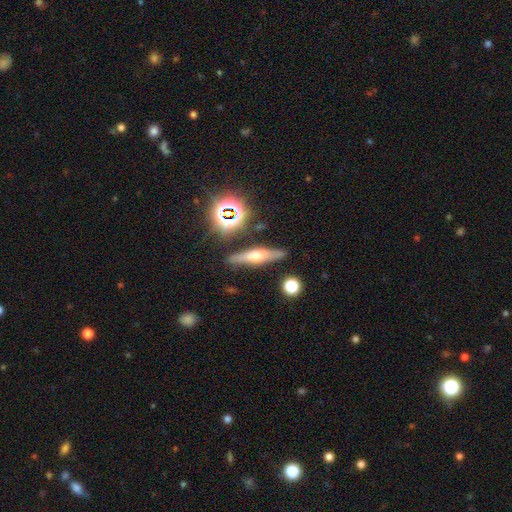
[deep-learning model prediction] This is possibly a featured or disk galaxy (51%). It is clearly viewed edge-on (90%). Merging: clearly none (82%).